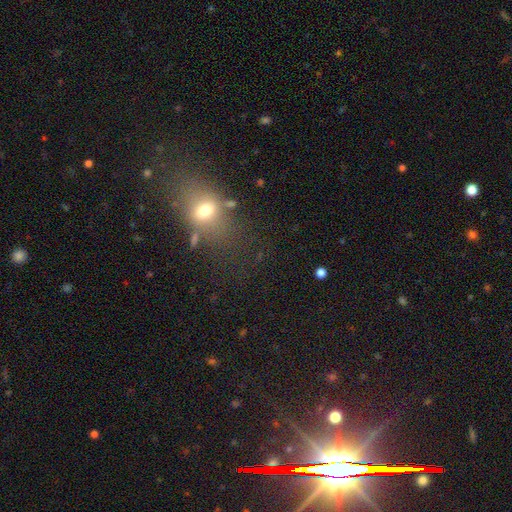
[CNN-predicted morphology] Smooth or featured? Predicted: smooth (p=0.48). Merging? Predicted: none (p=0.68).